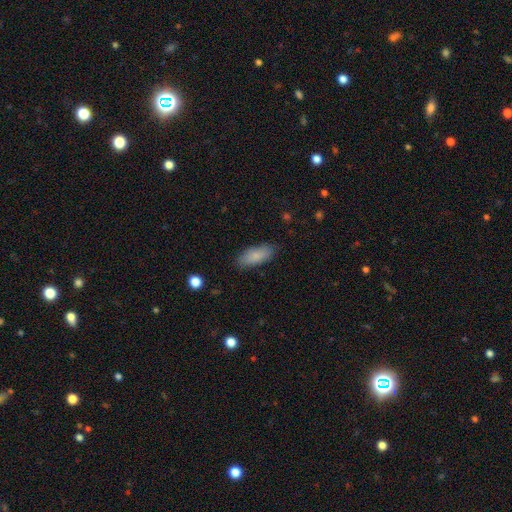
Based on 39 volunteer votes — smooth_or_featured: smooth (p=0.72) [alt: featured or disk p=0.18]
how_rounded: in between (p=0.79) [alt: cigar-shaped p=0.21]
merging: none (p=0.77) [alt: minor disturbance p=0.14]